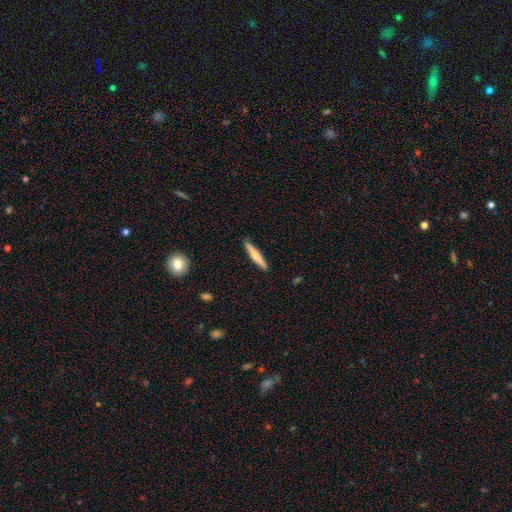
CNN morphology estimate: smooth_or_featured: smooth (p=0.62) [alt: featured or disk p=0.32]
how_rounded: cigar-shaped (p=0.93) [alt: in between p=0.06]
merging: none (p=0.90) [alt: minor disturbance p=0.07]